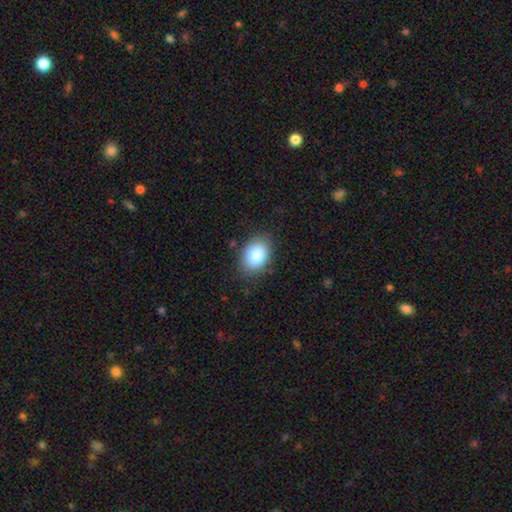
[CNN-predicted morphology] Smooth or featured? Predicted: smooth (p=0.84). How rounded? Predicted: in between (p=0.77). Merging? Predicted: none (p=0.85).